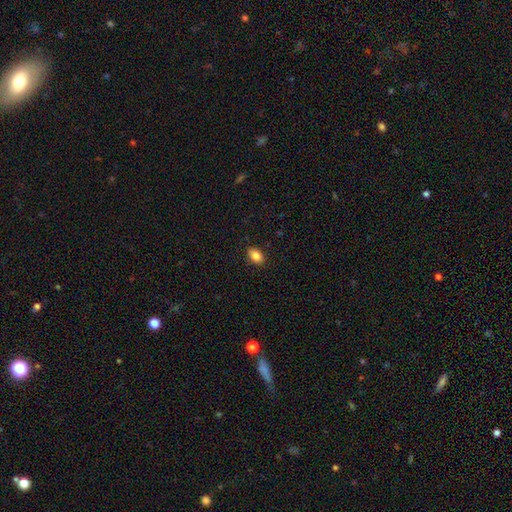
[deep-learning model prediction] Smooth or featured?
  - smooth: 86% *
  - star or artifact: 8%
  - featured or disk: 6%
How rounded?
  - in between: 85% *
  - round: 14%
  - cigar-shaped: 1%
Merging?
  - none: 89% *
  - minor disturbance: 8%
  - major disturbance: 2%
  - merger: 1%